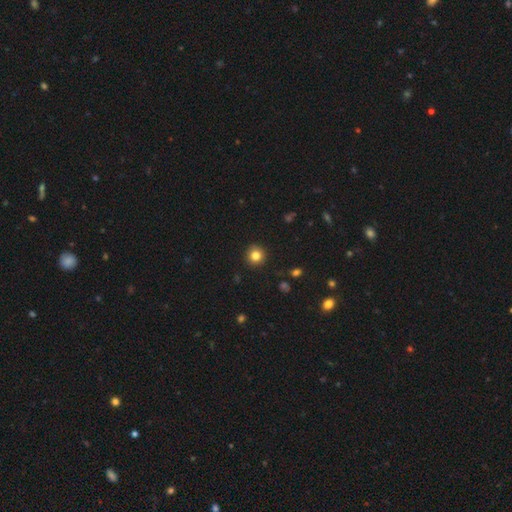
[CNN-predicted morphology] smooth-or-featured: smooth: 82% | star or artifact: 12% | featured or disk: 6%
  how-rounded: round: 94% | in between: 5% | cigar-shaped: 1%
  merging: none: 91% | minor disturbance: 6% | major disturbance: 2% | merger: 1%